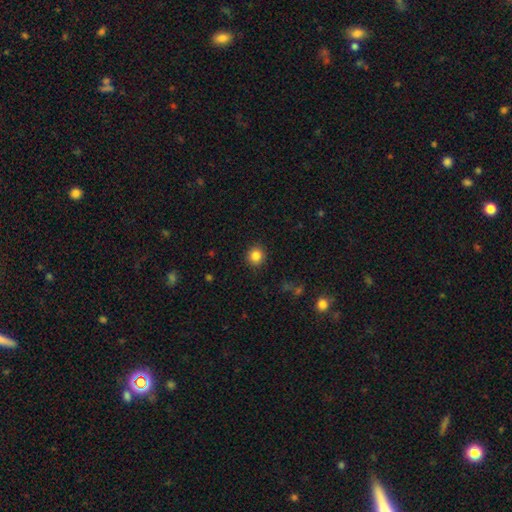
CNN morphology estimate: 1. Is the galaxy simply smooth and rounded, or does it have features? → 85% smooth, 11% star or artifact, 5% featured or disk.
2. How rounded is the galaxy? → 91% round, 8% in between, 1% cigar-shaped.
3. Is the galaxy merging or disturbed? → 91% none, 6% minor disturbance, 2% major disturbance, 1% merger.